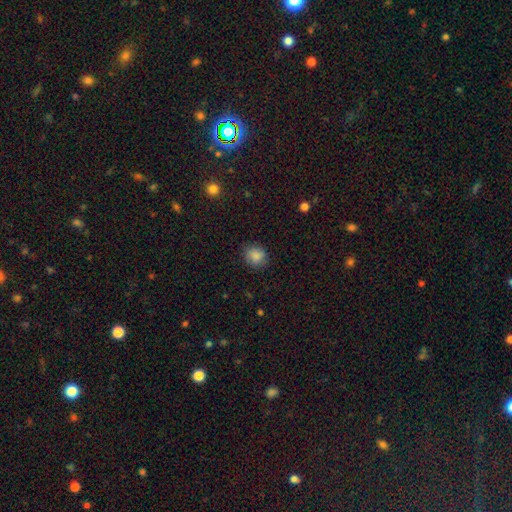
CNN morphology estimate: Smooth or featured: smooth — 86% (star or artifact — 9%)
How rounded: round — 77% (in between — 22%)
Merging: none — 83% (minor disturbance — 13%)